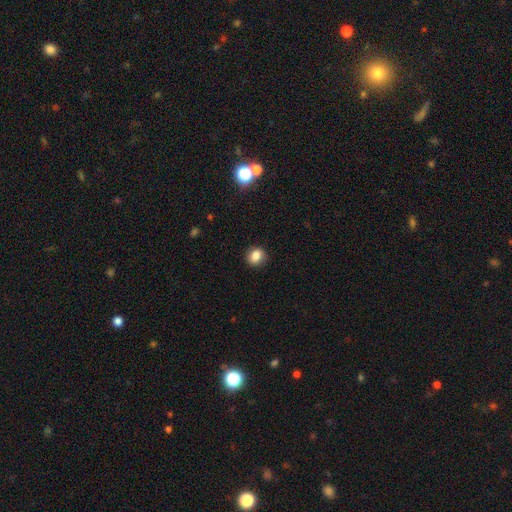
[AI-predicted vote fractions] Smooth or featured?
  - smooth: 84% *
  - star or artifact: 11%
  - featured or disk: 6%
How rounded?
  - round: 70% *
  - in between: 29%
  - cigar-shaped: 1%
Merging?
  - none: 88% *
  - minor disturbance: 9%
  - major disturbance: 2%
  - merger: 1%